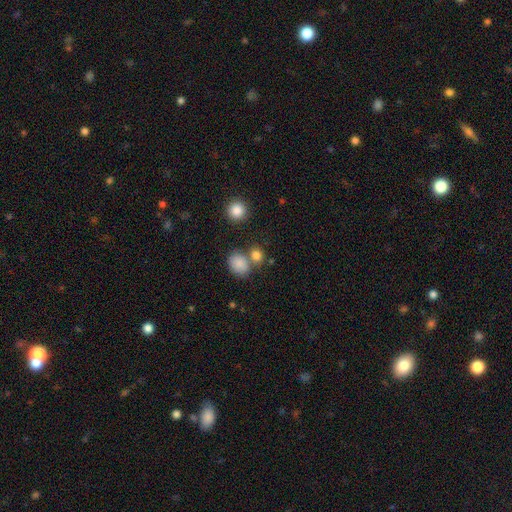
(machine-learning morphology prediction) A smooth galaxy with no disk features (82%) that is round (63%).

Vote fractions:
- Smooth or featured? smooth: 82% / star or artifact: 12% / featured or disk: 6%
- How rounded? round: 63% / in between: 36% / cigar-shaped: 1%
- Merging? none: 56% / merger: 29% / minor disturbance: 10% / major disturbance: 4%